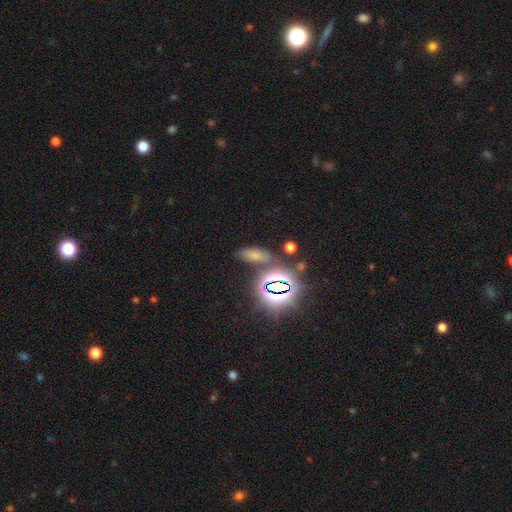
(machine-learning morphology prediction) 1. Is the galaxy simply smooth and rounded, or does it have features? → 57% smooth, 34% star or artifact, 9% featured or disk.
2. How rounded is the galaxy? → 73% in between, 19% cigar-shaped, 8% round.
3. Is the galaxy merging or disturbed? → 75% none, 13% minor disturbance, 8% merger, 5% major disturbance.